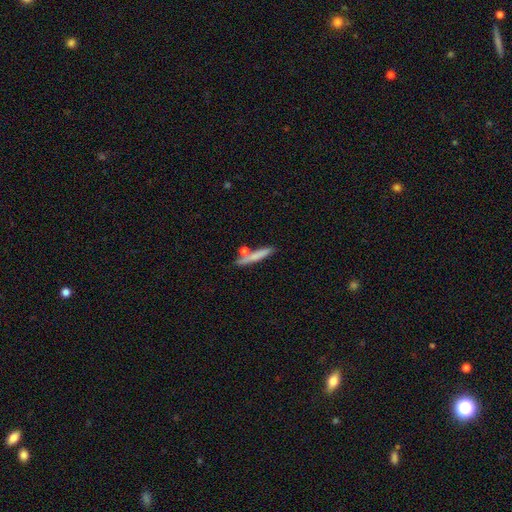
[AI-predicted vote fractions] smooth-or-featured: smooth: 71% | featured or disk: 23% | star or artifact: 6%
  how-rounded: cigar-shaped: 90% | in between: 7% | round: 3%
  merging: none: 72% | merger: 13% | minor disturbance: 12% | major disturbance: 3%